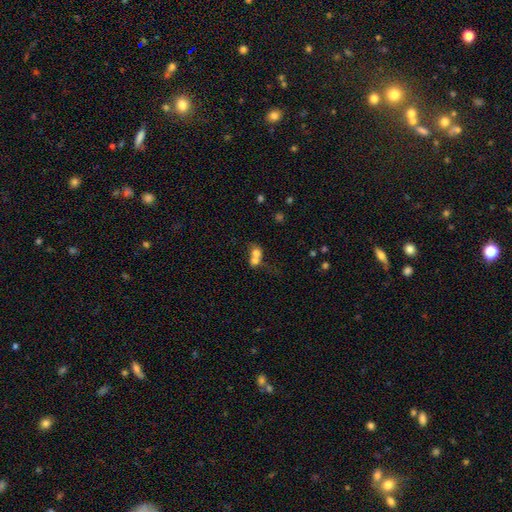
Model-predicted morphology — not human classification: type=smooth (68%); roundness=round (65%); merging=merger (72%).